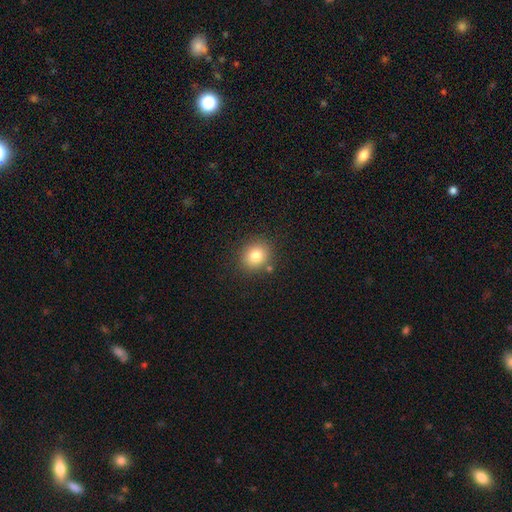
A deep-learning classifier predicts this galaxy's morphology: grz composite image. It shows a smooth galaxy with no disk features (80%) that is round (80%). Merging: none (83%).